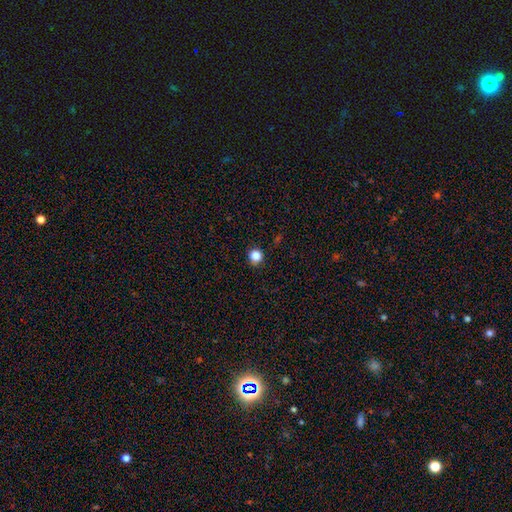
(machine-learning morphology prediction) smooth_or_featured: smooth (p=0.85) [alt: star or artifact p=0.12]
how_rounded: round (p=0.93) [alt: in between p=0.06]
merging: none (p=0.91) [alt: minor disturbance p=0.06]